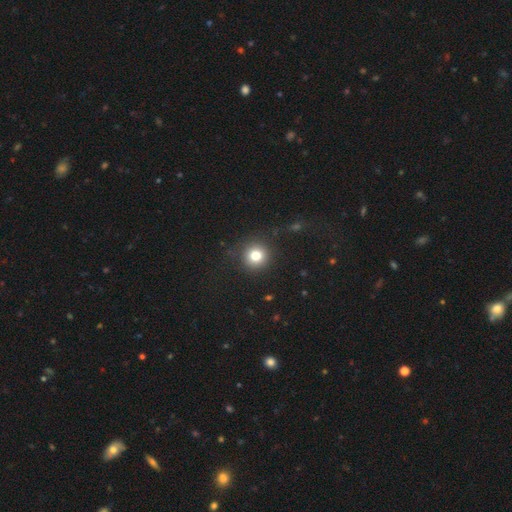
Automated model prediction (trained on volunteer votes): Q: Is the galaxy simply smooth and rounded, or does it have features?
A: smooth — 80%.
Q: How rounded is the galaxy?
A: round — 93%.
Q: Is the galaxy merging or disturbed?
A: none — 89%.